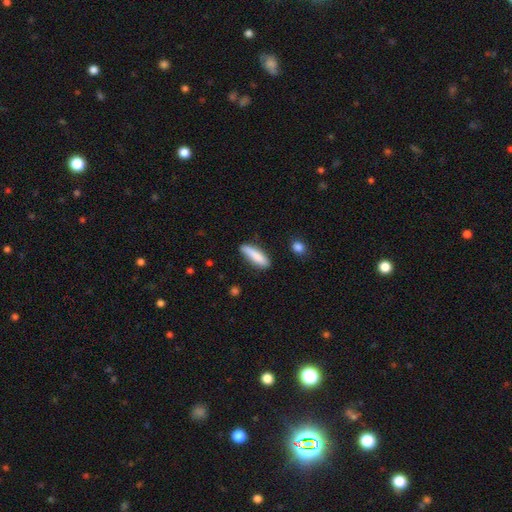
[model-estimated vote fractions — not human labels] A smooth galaxy with no disk features (83%) that is cigar-shaped (68%).

Vote fractions:
- Smooth or featured? smooth: 83% / featured or disk: 11% / star or artifact: 6%
- How rounded? cigar-shaped: 68% / in between: 31% / round: 2%
- Merging? none: 75% / minor disturbance: 19% / major disturbance: 4% / merger: 3%